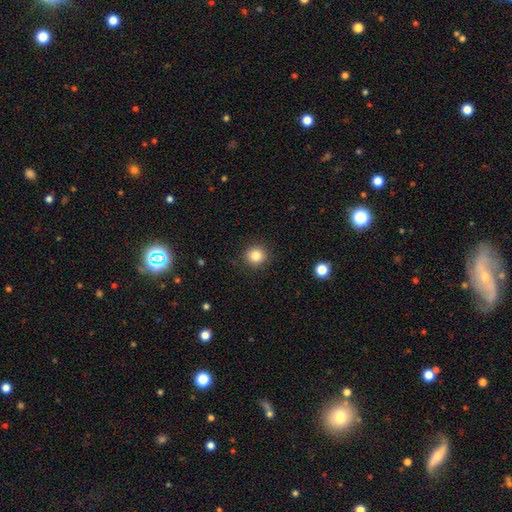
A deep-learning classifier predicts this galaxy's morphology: Smooth or featured?
  - smooth: 83% *
  - star or artifact: 11%
  - featured or disk: 6%
How rounded?
  - round: 93% *
  - in between: 6%
  - cigar-shaped: 1%
Merging?
  - none: 91% *
  - minor disturbance: 6%
  - major disturbance: 2%
  - merger: 1%